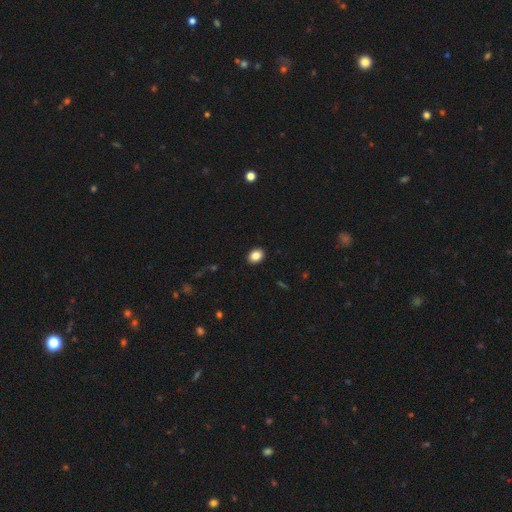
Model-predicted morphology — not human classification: Smooth or featured? Predicted: smooth (p=0.86). How rounded? Predicted: in between (p=0.59). Merging? Predicted: none (p=0.92).